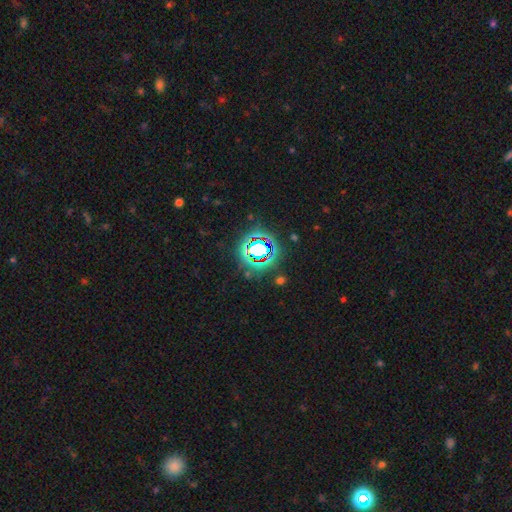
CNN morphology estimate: This appears to be a star or artifact, not a galaxy (71%).